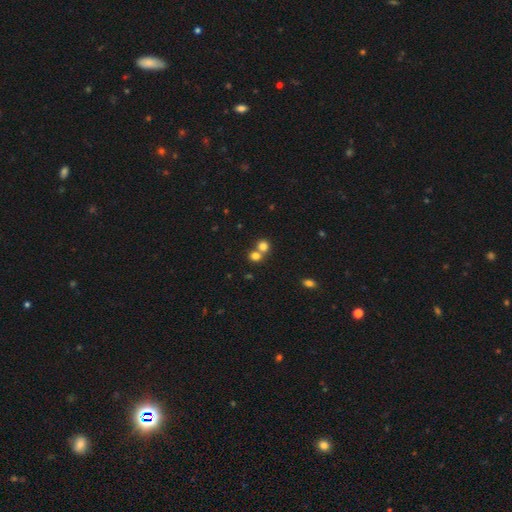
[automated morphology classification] smooth 78%, star or artifact 14%, featured or disk 8%. Down the decision tree: how rounded — round (81%); merging — merger (47%).